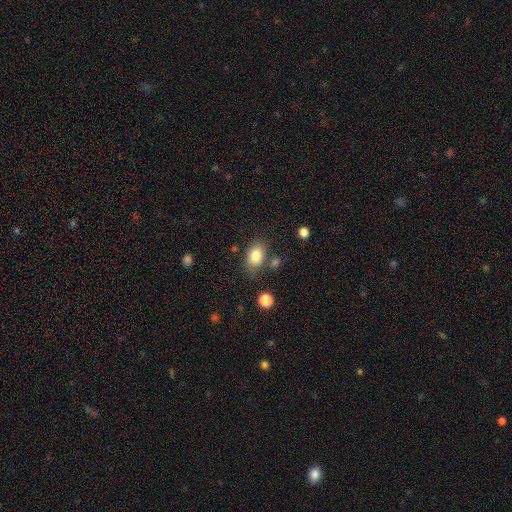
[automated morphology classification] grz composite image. It shows a smooth galaxy with no disk features (83%) that is in between round and cigar-shaped (82%). Merging: none (74%).